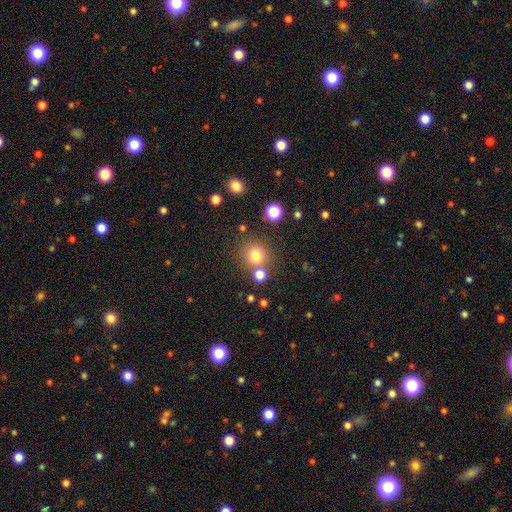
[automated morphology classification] The model was most divided on "merging": none: 74%, merger: 14%, minor disturbance: 8%, major disturbance: 4%. More confident: how rounded — round (91%); smooth or featured — smooth (77%).